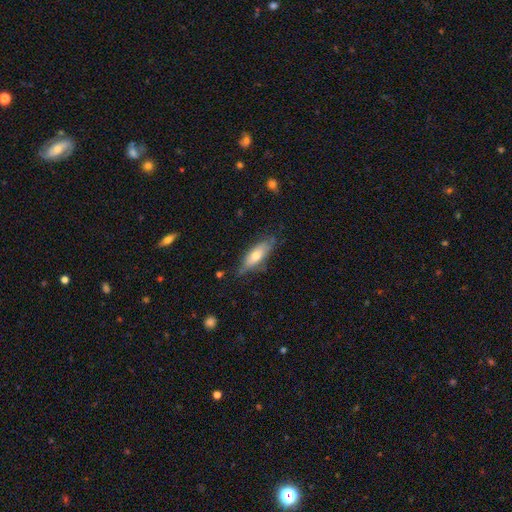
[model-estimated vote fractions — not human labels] smooth_or_featured: smooth (p=0.58) [alt: featured or disk p=0.36]
how_rounded: in between (p=0.57) [alt: cigar-shaped p=0.41]
merging: none (p=0.68) [alt: minor disturbance p=0.25]